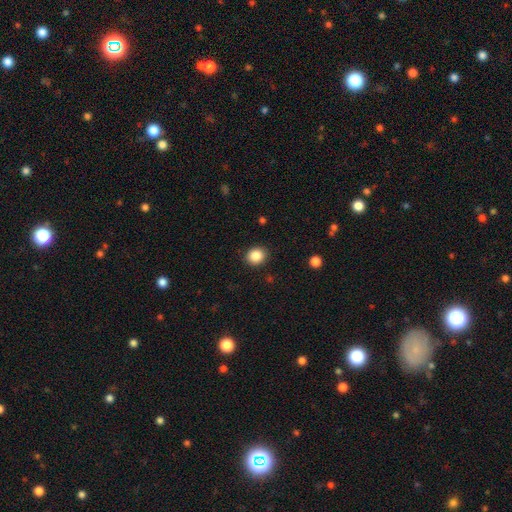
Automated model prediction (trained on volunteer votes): smooth 87%, star or artifact 9%, featured or disk 3%. Down the decision tree: how rounded — round (77%); merging — none (90%).